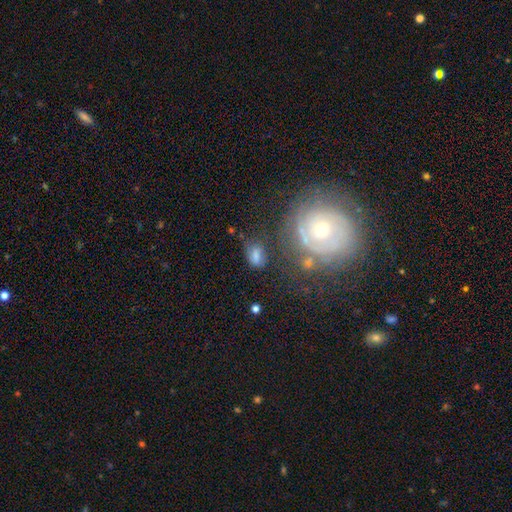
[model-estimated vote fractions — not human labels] This is likely a smooth galaxy (62%). How rounded: likely in between (80%). Merging: possibly none (53%).